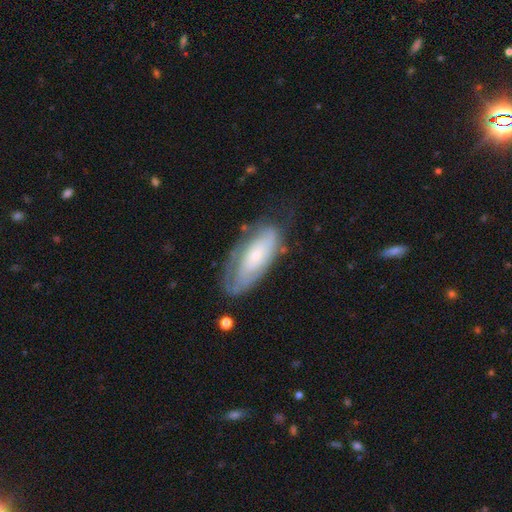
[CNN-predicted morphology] smooth_or_featured: featured or disk (p=0.60) [alt: smooth p=0.33]
disk_edge_on: no (p=0.88) [alt: yes p=0.12]
bar: no (p=0.73) [alt: weak p=0.21]
has_spiral_arms: yes (p=0.76) [alt: no p=0.24]
bulge_size: small (p=0.60) [alt: moderate p=0.28]
merging: none (p=0.58) [alt: minor disturbance p=0.25]